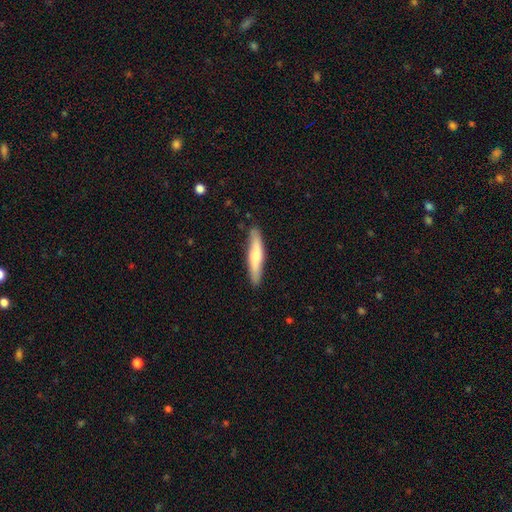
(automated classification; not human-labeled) A smooth galaxy with no disk features (63%) that is cigar-shaped (88%).

Vote fractions:
- Smooth or featured? smooth: 63% / featured or disk: 32% / star or artifact: 5%
- How rounded? cigar-shaped: 88% / in between: 11% / round: 1%
- Merging? none: 86% / minor disturbance: 10% / major disturbance: 2% / merger: 1%